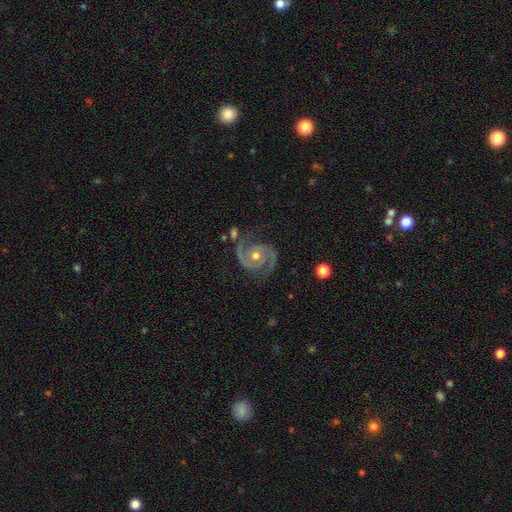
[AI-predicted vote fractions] Smooth or featured? featured or disk (92%)
Edge-on disk? no (98%)
Bar? no (72%)
Spiral arms? yes (99%)
Spiral winding? medium (49%)
Spiral arm count? 2 (93%)
Bulge size? moderate (66%)
Merging? none (77%)